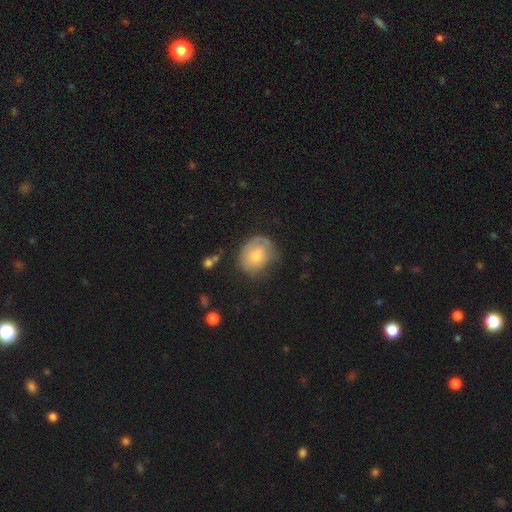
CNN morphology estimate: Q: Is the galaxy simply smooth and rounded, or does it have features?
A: smooth — 54%.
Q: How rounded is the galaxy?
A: round — 60%.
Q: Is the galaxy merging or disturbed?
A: none — 53%.